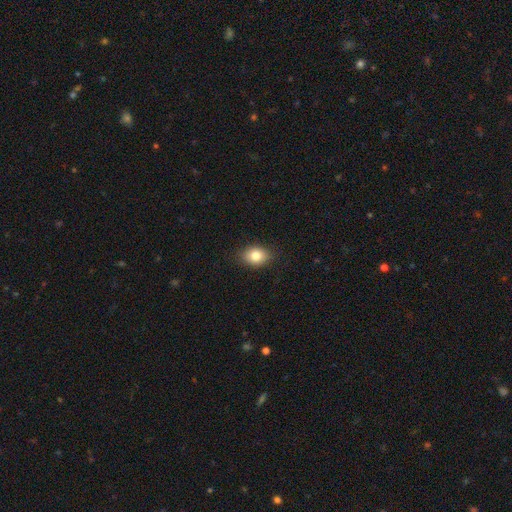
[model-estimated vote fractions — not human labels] smooth_or_featured: smooth (p=0.82) [alt: star or artifact p=0.09]
how_rounded: in between (p=0.66) [alt: round p=0.33]
merging: none (p=0.86) [alt: minor disturbance p=0.11]